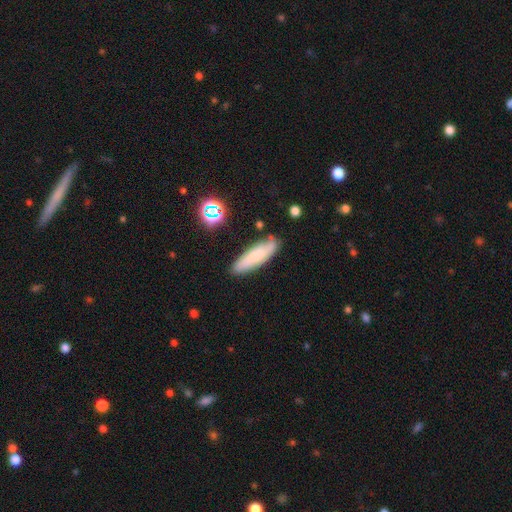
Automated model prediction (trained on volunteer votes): This appears to be a smooth galaxy with no disk features (63%) that is cigar-shaped (56%). Merging: none (78%).